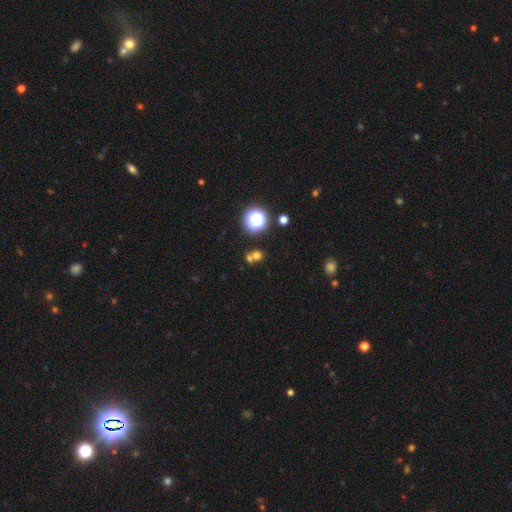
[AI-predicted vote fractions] A smooth galaxy with no disk features (63%) that is round (80%). Merging: none (47%).